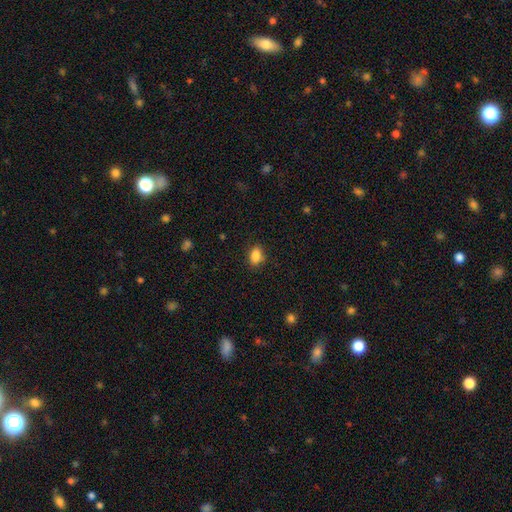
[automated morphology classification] smooth_or_featured: smooth (p=0.86) [alt: star or artifact p=0.09]
how_rounded: in between (p=0.84) [alt: round p=0.14]
merging: none (p=0.79) [alt: minor disturbance p=0.15]